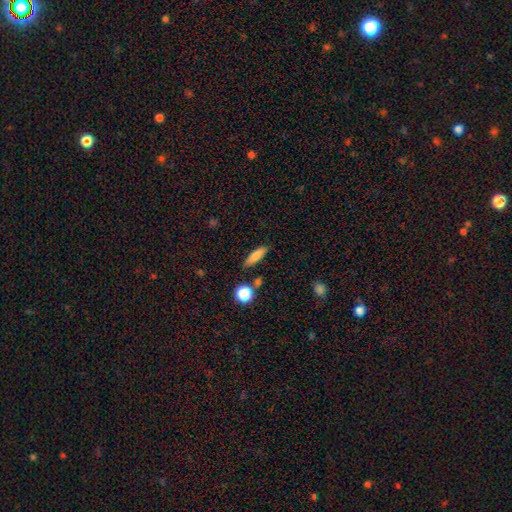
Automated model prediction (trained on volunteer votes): Smooth or featured? smooth (81%)
How rounded? cigar-shaped (62%)
Merging? none (82%)